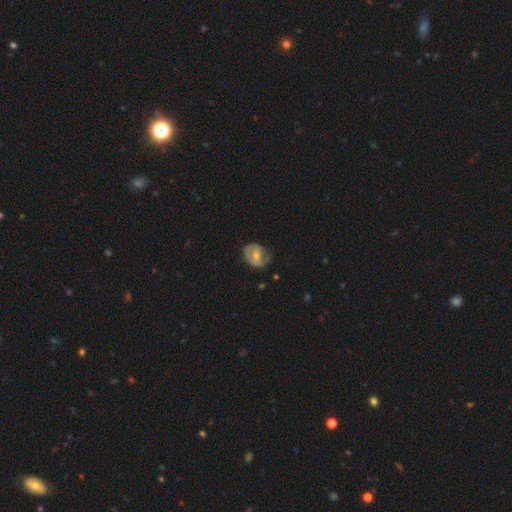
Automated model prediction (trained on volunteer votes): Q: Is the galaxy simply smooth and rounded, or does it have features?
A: smooth — 49%.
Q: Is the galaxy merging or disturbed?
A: none — 51%.